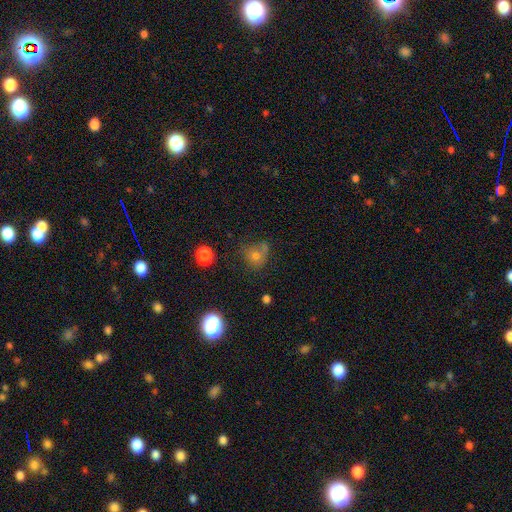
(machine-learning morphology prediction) Q: Smooth or featured?
A: smooth (58%); runner-up: star or artifact (25%)
Q: How rounded?
A: round (79%); runner-up: in between (19%)
Q: Merging?
A: none (53%); runner-up: minor disturbance (21%)